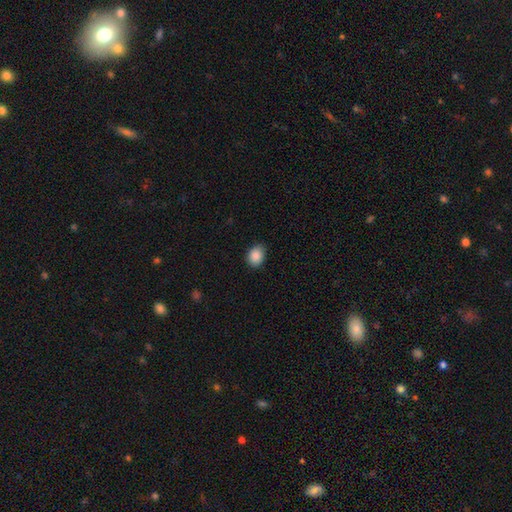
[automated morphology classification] Smooth or featured?
  - smooth: 89% *
  - star or artifact: 8%
  - featured or disk: 3%
How rounded?
  - in between: 58% *
  - round: 42%
  - cigar-shaped: 1%
Merging?
  - none: 84% *
  - minor disturbance: 13%
  - major disturbance: 2%
  - merger: 1%